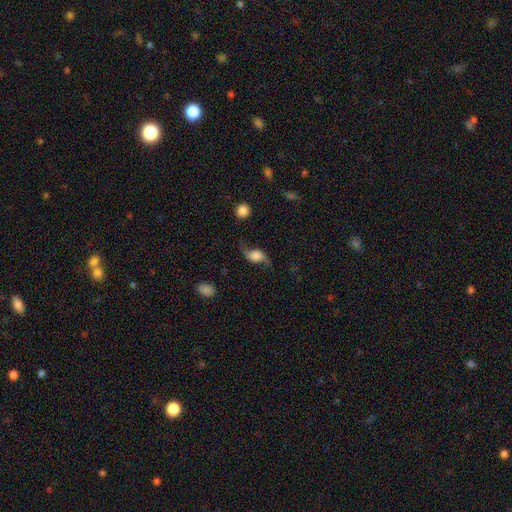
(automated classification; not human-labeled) Smooth or featured?
  - featured or disk: 68% *
  - smooth: 22%
  - star or artifact: 10%
Edge-on disk?
  - no: 90% *
  - yes: 10%
Bar?
  - no: 65% *
  - weak: 27%
  - strong: 8%
Spiral arms?
  - yes: 93% *
  - no: 7%
Spiral winding?
  - loose: 90% *
  - medium: 8%
  - tight: 2%
Spiral arm count?
  - 2: 93% *
  - 1: 2%
  - can't tell: 2%
  - 3: 1%
  - 4: 1%
  - more than 4: 1%
Bulge size?
  - large: 39% *
  - dominant: 24%
  - none: 15%
  - moderate: 13%
  - small: 8%
Merging?
  - none: 69% *
  - minor disturbance: 17%
  - major disturbance: 11%
  - merger: 3%